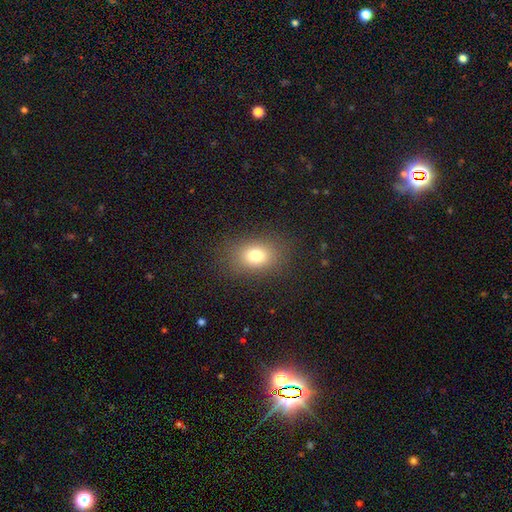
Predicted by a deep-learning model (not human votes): smooth 77%, star or artifact 13%, featured or disk 10%. Down the decision tree: how rounded — in between (67%); merging — none (85%).